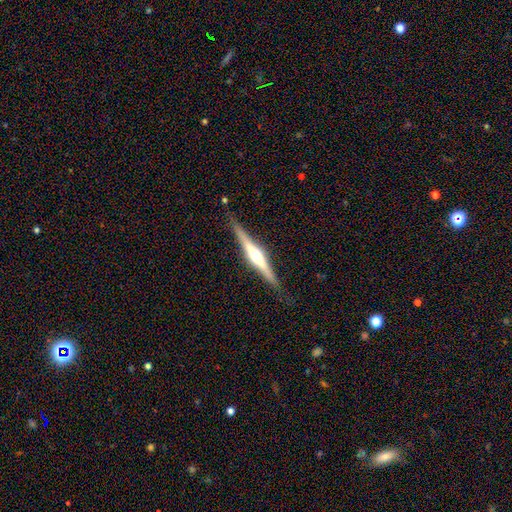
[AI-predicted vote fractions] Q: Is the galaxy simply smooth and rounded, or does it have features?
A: featured or disk — 79%.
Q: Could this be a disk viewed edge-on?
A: yes — 98%.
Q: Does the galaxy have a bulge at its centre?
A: rounded — 90%.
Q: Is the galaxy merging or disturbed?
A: none — 87%.